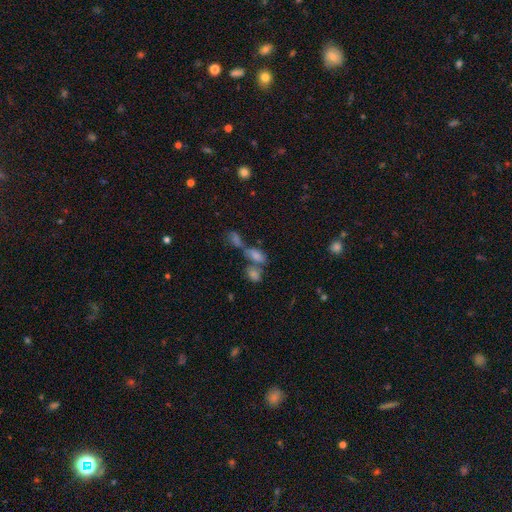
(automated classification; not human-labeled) Smooth or featured?
  - smooth: 55% *
  - star or artifact: 24%
  - featured or disk: 21%
How rounded?
  - in between: 74% *
  - cigar-shaped: 14%
  - round: 13%
Merging?
  - merger: 48% *
  - none: 33%
  - minor disturbance: 11%
  - major disturbance: 9%